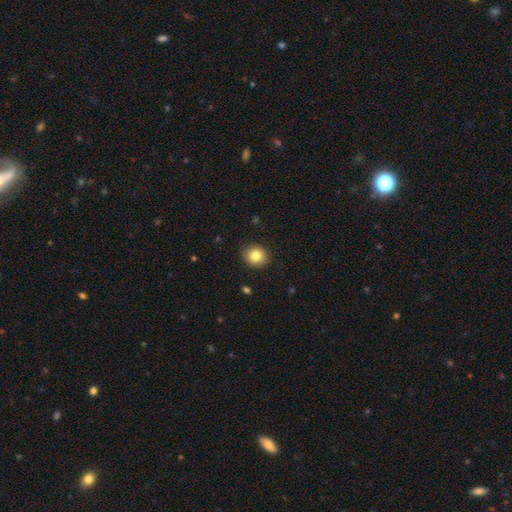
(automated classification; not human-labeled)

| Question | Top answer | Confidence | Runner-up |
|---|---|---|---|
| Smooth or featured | smooth | 83% | star or artifact (9%) |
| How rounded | round | 76% | in between (23%) |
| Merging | none | 88% | minor disturbance (9%) |